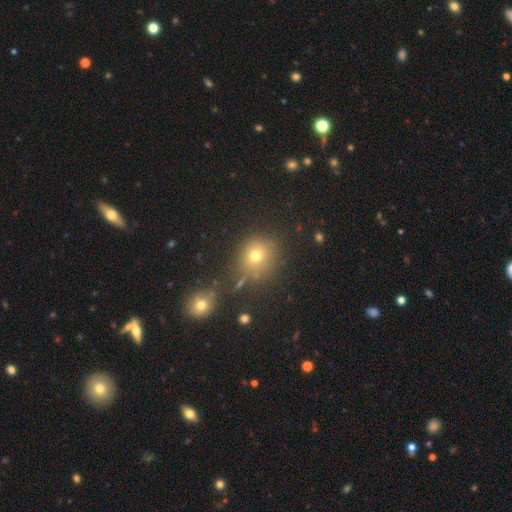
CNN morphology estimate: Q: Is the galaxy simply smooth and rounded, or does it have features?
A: smooth — 68%.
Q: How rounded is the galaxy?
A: round — 81%.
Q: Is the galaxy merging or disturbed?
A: none — 69%.